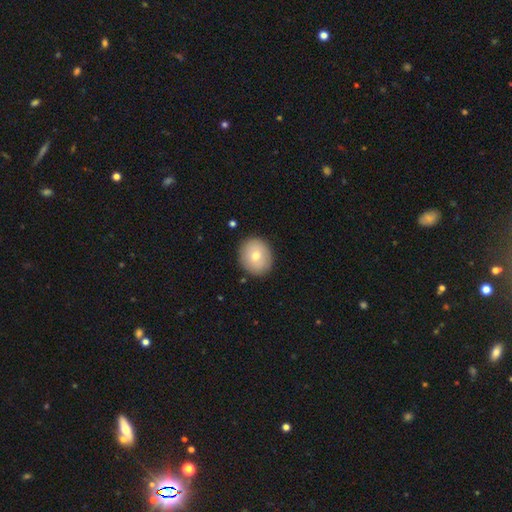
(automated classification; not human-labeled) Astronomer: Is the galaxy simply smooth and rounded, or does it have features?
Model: smooth — 73%.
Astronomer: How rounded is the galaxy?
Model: round — 71%.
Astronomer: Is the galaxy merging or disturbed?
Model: none — 89%.